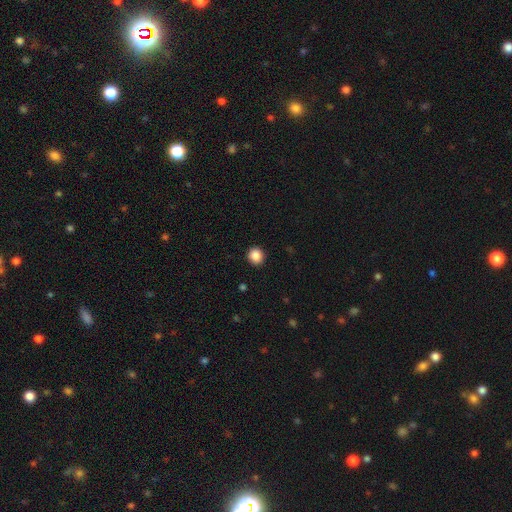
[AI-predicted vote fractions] A smooth galaxy with no disk features (87%) that is round (91%).

Vote fractions:
- Smooth or featured? smooth: 87% / star or artifact: 10% / featured or disk: 3%
- How rounded? round: 91% / in between: 8% / cigar-shaped: 1%
- Merging? none: 92% / minor disturbance: 5% / major disturbance: 2% / merger: 1%